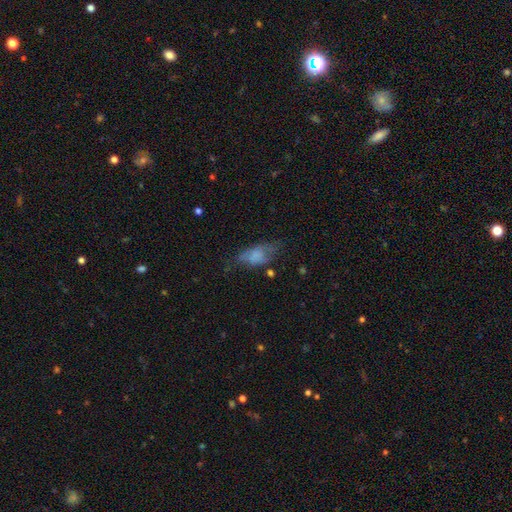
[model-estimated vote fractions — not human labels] Smooth or featured: smooth — 59% (featured or disk — 30%)
How rounded: in between — 83% (cigar-shaped — 12%)
Merging: none — 43% (minor disturbance — 30%)